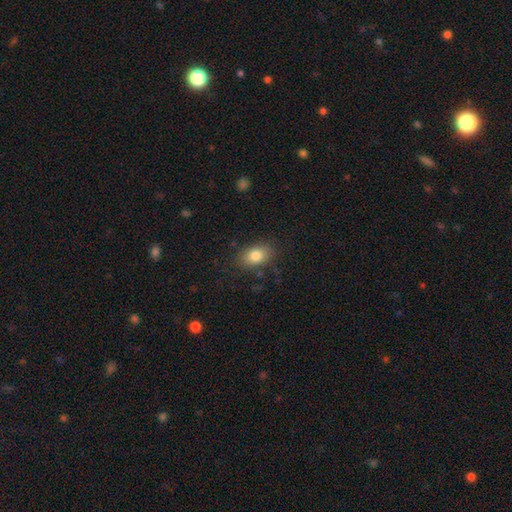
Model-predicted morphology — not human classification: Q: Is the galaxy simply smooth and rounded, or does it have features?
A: smooth — 82%.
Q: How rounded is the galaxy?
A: in between — 84%.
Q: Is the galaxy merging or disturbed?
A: none — 82%.